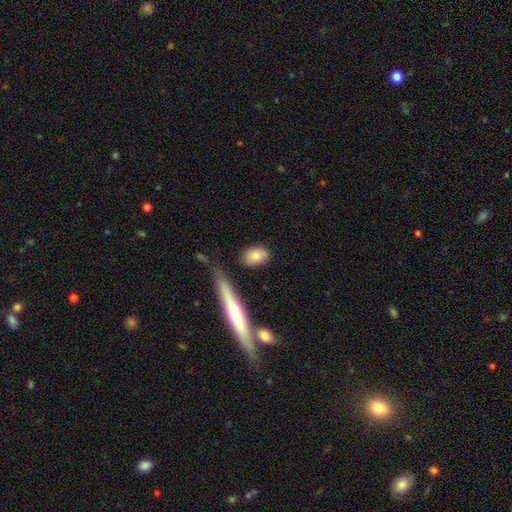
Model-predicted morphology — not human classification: Q: Smooth or featured?
A: smooth (82%); runner-up: featured or disk (12%)
Q: How rounded?
A: in between (81%); runner-up: round (12%)
Q: Merging?
A: none (76%); runner-up: minor disturbance (15%)